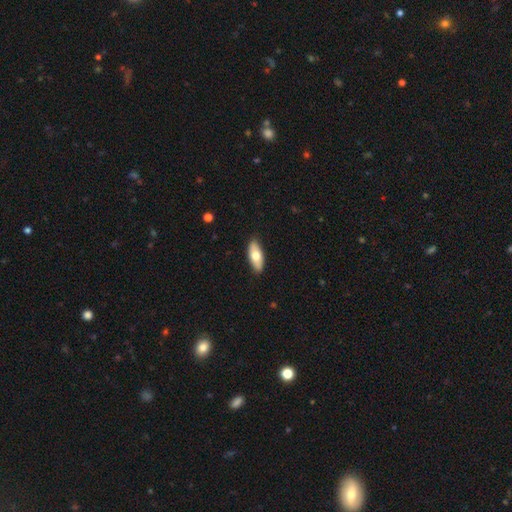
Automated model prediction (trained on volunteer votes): This is likely a smooth galaxy (69%). How rounded: likely in between (79%). Merging: clearly none (88%).